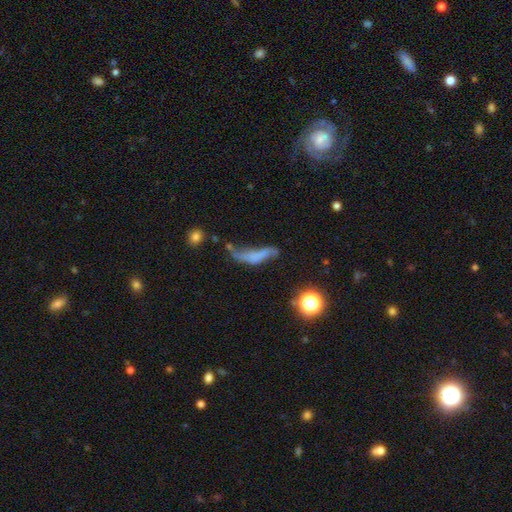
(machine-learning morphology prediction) Overall: featured or disk (42%; smooth 41%). Merging: major disturbance (35%; none 29%).